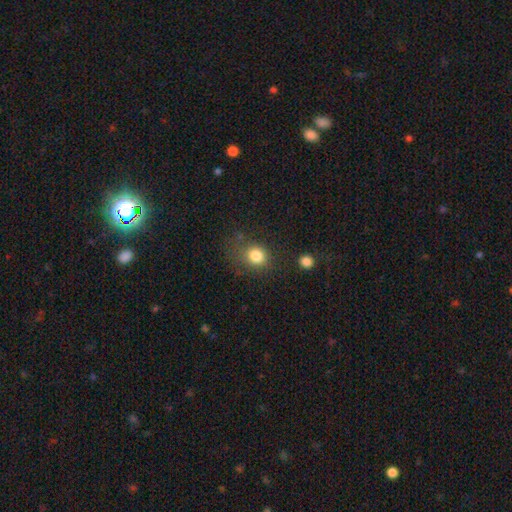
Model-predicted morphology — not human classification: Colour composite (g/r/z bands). It shows a smooth galaxy with no disk features (82%) that is round (68%). Merging: none (69%).